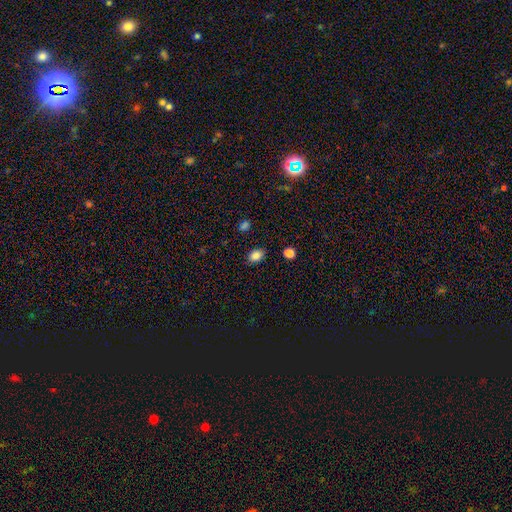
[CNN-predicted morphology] Q: Smooth or featured?
A: smooth (85%); runner-up: star or artifact (10%)
Q: How rounded?
A: in between (74%); runner-up: round (25%)
Q: Merging?
A: none (86%); runner-up: minor disturbance (10%)